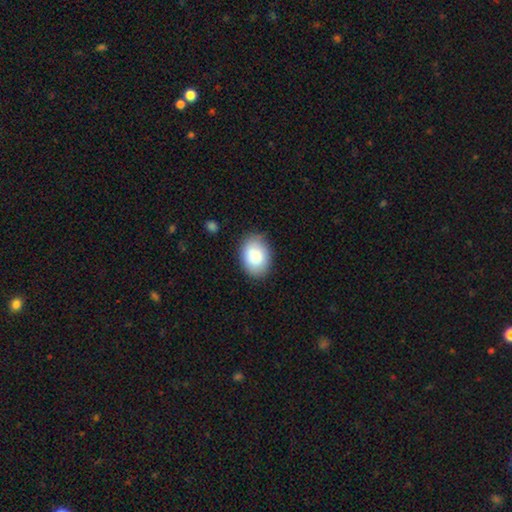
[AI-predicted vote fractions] Morphology: type=smooth (87%); roundness=in between (78%); merging=none (82%).